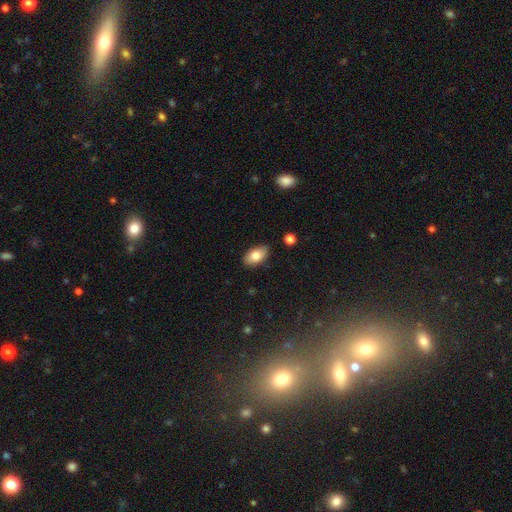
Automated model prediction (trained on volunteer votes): Smooth or featured: smooth — 81% (featured or disk — 12%)
How rounded: in between — 93% (round — 5%)
Merging: none — 85% (minor disturbance — 11%)